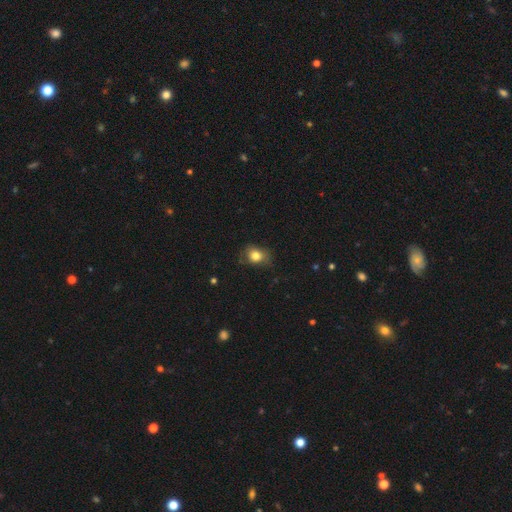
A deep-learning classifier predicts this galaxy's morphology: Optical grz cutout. It shows a smooth galaxy with no disk features (80%) that is round (53%). Merging: none (64%).